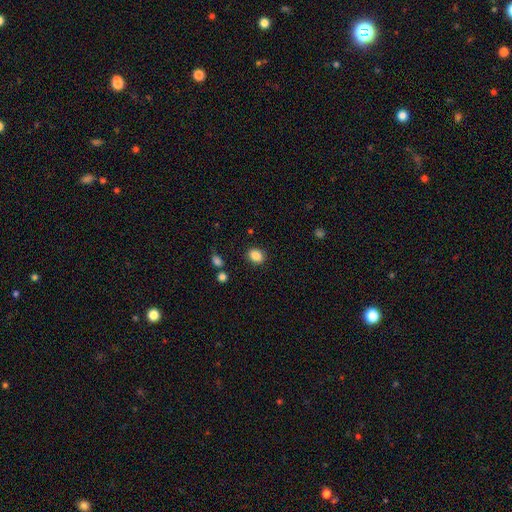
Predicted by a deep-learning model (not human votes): A smooth galaxy with no disk features (86%) that is in between round and cigar-shaped (55%). Merging: none (86%).